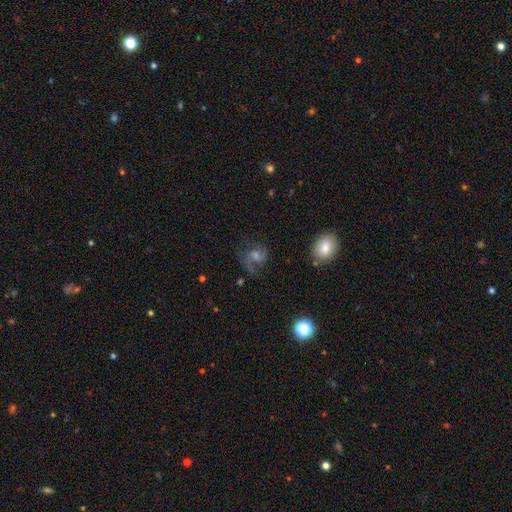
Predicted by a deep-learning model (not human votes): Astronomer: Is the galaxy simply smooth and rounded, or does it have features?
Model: featured or disk — 63%.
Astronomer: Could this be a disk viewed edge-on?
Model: no — 97%.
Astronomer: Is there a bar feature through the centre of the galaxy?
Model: no — 56% (runner-up: weak, 37%).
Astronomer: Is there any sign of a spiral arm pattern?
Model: yes — 91%.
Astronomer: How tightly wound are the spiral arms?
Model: medium — 49% (runner-up: loose, 32%).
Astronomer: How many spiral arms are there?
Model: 2 — 65%.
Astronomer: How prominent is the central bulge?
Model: moderate — 43% (runner-up: small, 34%).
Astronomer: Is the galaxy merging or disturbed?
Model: none — 60%.